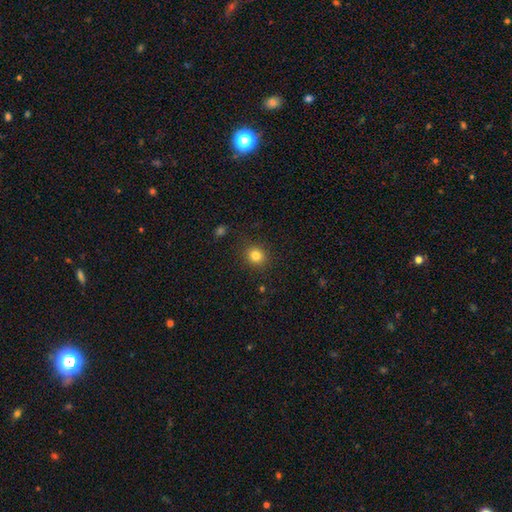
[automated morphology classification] Q: Smooth or featured?
A: smooth (83%); runner-up: star or artifact (12%)
Q: How rounded?
A: round (83%); runner-up: in between (16%)
Q: Merging?
A: none (88%); runner-up: minor disturbance (8%)